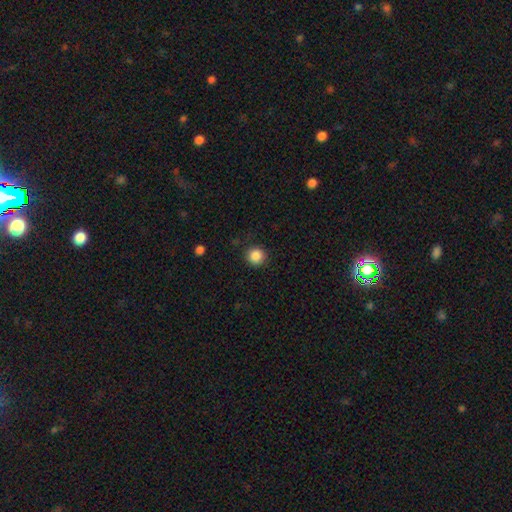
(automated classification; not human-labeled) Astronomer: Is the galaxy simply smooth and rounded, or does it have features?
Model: smooth — 86%.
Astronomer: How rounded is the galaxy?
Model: round — 94%.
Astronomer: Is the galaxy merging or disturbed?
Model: none — 88%.